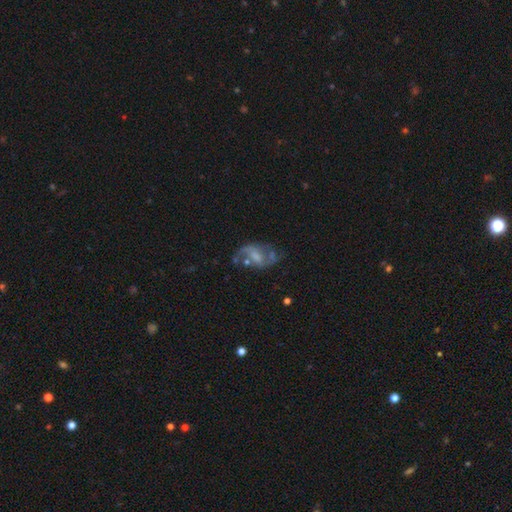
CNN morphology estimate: Overall: featured or disk (74%). Edge-on disk: no (97%). Bar: weak (49%; no 33%). Spiral arms: yes (80%). Spiral arm count: 2 (79%). Spiral winding: loose (58%; medium 33%). Bulge size: moderate (31%; none 30%). Merging: none (44%; major disturbance 25%).